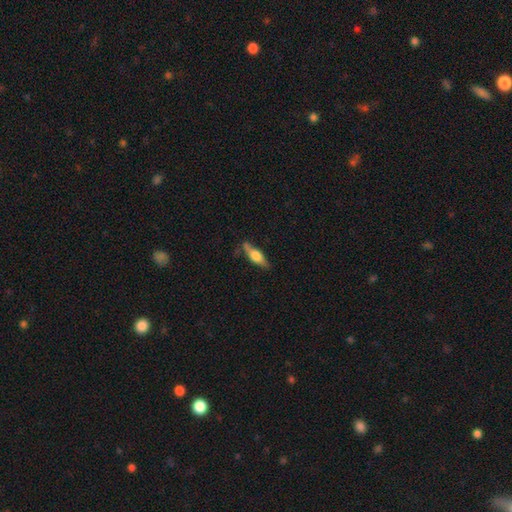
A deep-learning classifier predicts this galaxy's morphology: Overall: smooth (48%; featured or disk 46%). Merging: none (73%).